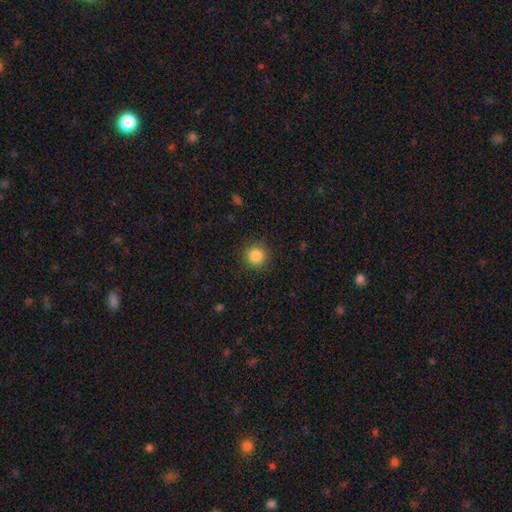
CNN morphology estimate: The model was most divided on "smooth or featured": smooth: 86%, star or artifact: 10%, featured or disk: 4%. More confident: how rounded — round (94%); merging — none (88%).